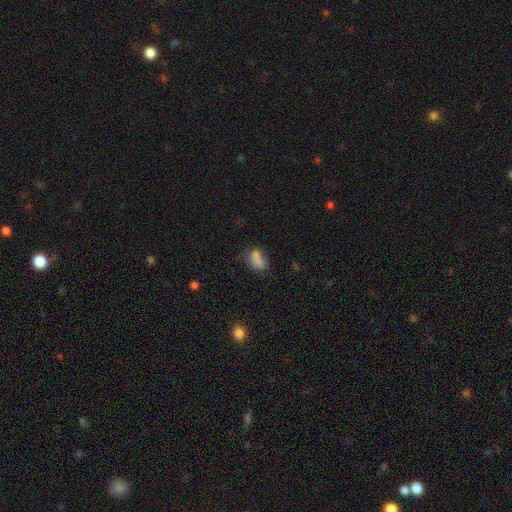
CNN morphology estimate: smooth_or_featured: smooth (p=0.75) [alt: star or artifact p=0.13]
how_rounded: in between (p=0.79) [alt: round p=0.19]
merging: none (p=0.41) [alt: merger p=0.24]